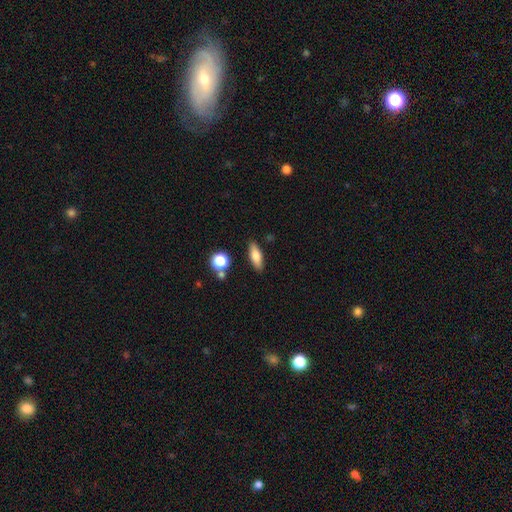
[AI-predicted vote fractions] Q: Smooth or featured?
A: smooth (75%); runner-up: featured or disk (17%)
Q: How rounded?
A: in between (62%); runner-up: cigar-shaped (34%)
Q: Merging?
A: none (85%); runner-up: minor disturbance (9%)